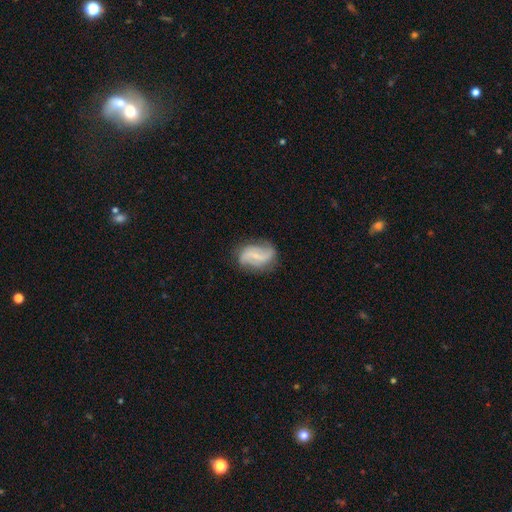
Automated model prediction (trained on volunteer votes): Smooth or featured?
  - featured or disk: 77% *
  - smooth: 17%
  - star or artifact: 6%
Edge-on disk?
  - no: 97% *
  - yes: 3%
Bar?
  - weak: 48% *
  - no: 30%
  - strong: 22%
Spiral arms?
  - yes: 94% *
  - no: 6%
Spiral winding?
  - loose: 52% *
  - medium: 35%
  - tight: 13%
Spiral arm count?
  - 2: 79% *
  - can't tell: 8%
  - 3: 6%
  - 1: 3%
  - 4: 2%
  - more than 4: 2%
Bulge size?
  - small: 63% *
  - moderate: 18%
  - none: 18%
  - large: 1%
  - dominant: 1%
Merging?
  - none: 70% *
  - minor disturbance: 20%
  - major disturbance: 8%
  - merger: 2%